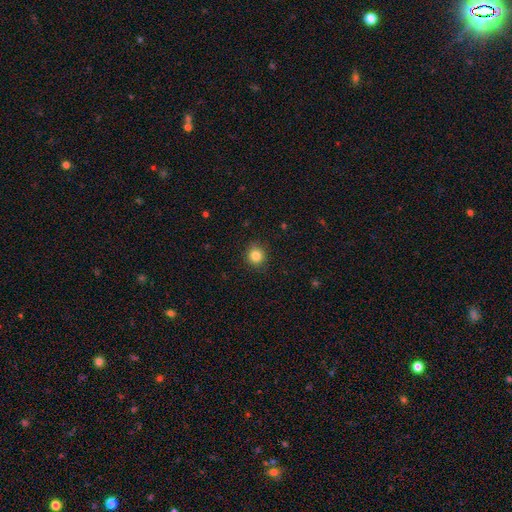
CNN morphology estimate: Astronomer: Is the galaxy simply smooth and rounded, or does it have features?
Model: smooth — 84%.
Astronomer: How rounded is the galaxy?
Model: round — 88%.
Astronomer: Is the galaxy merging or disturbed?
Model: none — 88%.